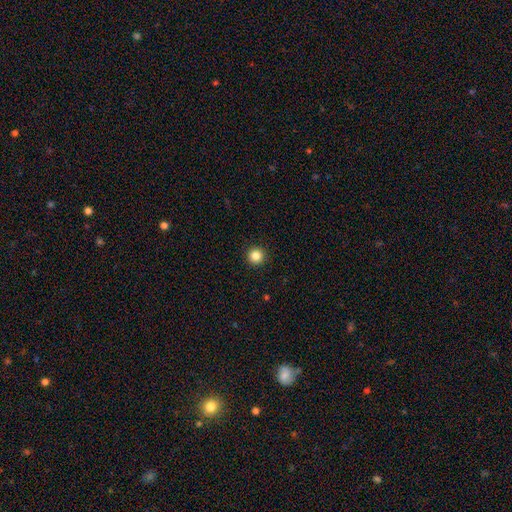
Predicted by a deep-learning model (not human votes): A smooth galaxy with no disk features (84%) that is round (96%).

Vote fractions:
- Smooth or featured? smooth: 84% / star or artifact: 11% / featured or disk: 5%
- How rounded? round: 96% / in between: 3% / cigar-shaped: 1%
- Merging? none: 94% / minor disturbance: 4% / major disturbance: 1% / merger: 1%